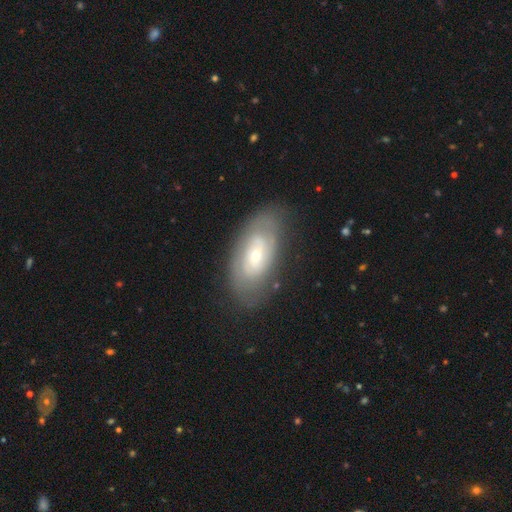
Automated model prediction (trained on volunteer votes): featured or disk 65%, smooth 28%, star or artifact 7%. Down the decision tree: edge-on disk — no (92%); bar — no (59%); spiral arms — yes (69%); bulge size — small (55%); merging — none (74%).